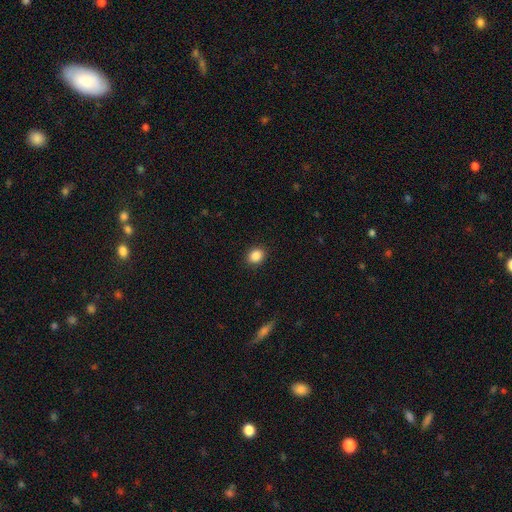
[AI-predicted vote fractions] Morphology: type=smooth (87%); roundness=round (60%); merging=none (90%).